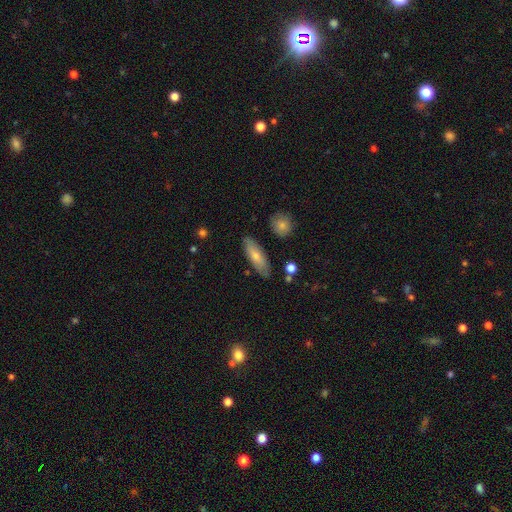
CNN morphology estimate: smooth 60%, featured or disk 33%, star or artifact 7%. Down the decision tree: how rounded — in between (51%); merging — none (84%).